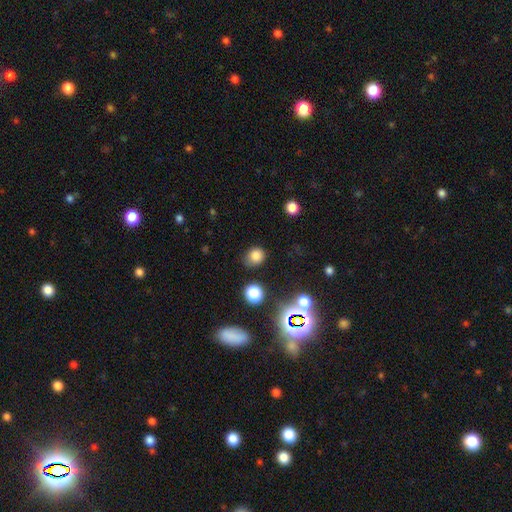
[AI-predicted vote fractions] The model was most divided on "how rounded": round: 67%, in between: 32%, cigar-shaped: 1%. More confident: smooth or featured — smooth (79%); merging — none (72%).